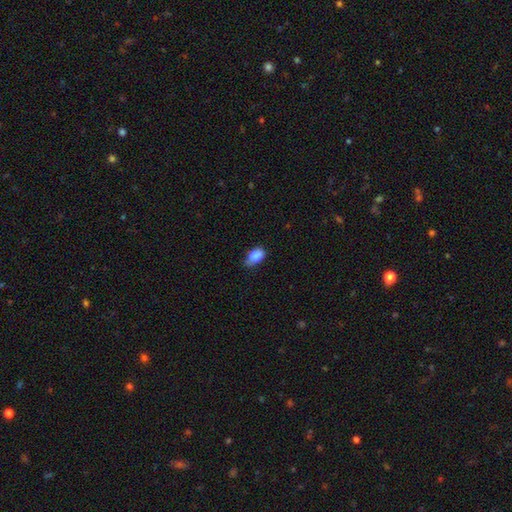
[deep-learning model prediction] Q: Smooth or featured?
A: smooth (85%); runner-up: star or artifact (8%)
Q: How rounded?
A: in between (87%); runner-up: round (11%)
Q: Merging?
A: none (55%); runner-up: minor disturbance (37%)